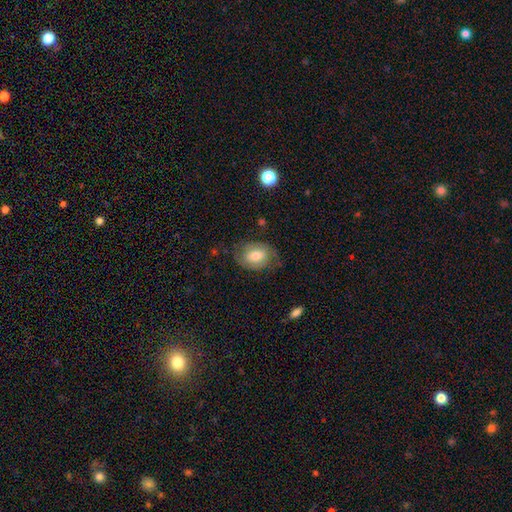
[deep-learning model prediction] Smooth or featured: featured or disk — 49% (smooth — 44%)
Merging: none — 65% (minor disturbance — 22%)